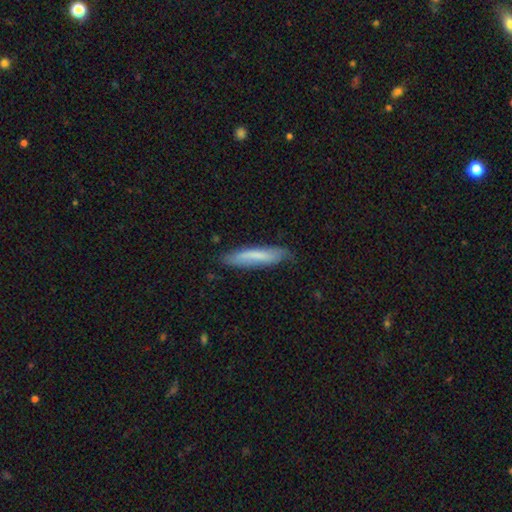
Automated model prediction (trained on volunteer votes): smooth_or_featured: smooth (p=0.66) [alt: featured or disk p=0.28]
how_rounded: cigar-shaped (p=0.84) [alt: in between p=0.15]
merging: none (p=0.75) [alt: minor disturbance p=0.19]